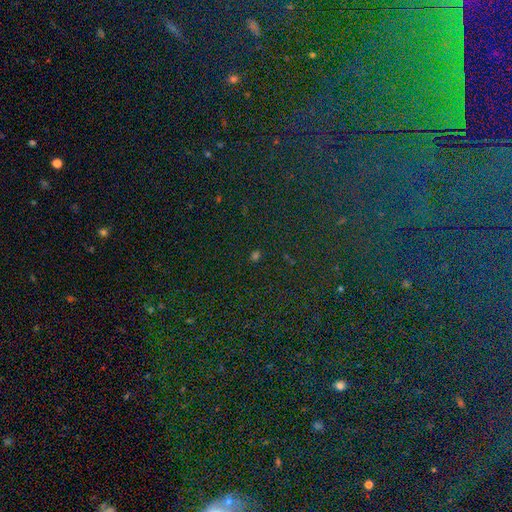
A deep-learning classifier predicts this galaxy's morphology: Smooth or featured? star or artifact (70%)